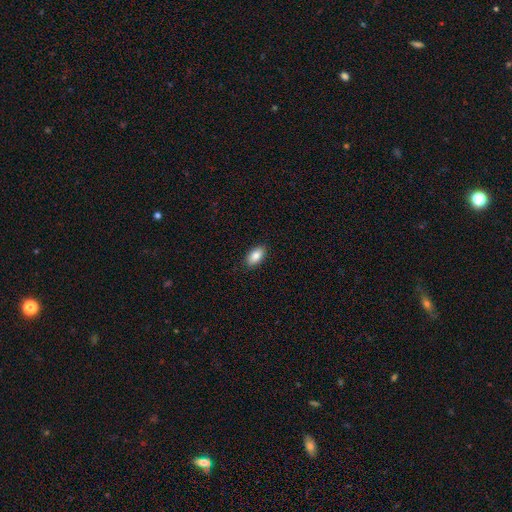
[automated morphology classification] Overall: smooth (86%). How rounded: in between (93%). Merging: none (88%).